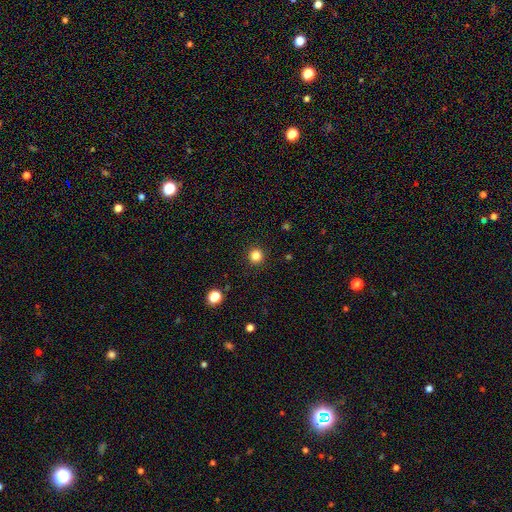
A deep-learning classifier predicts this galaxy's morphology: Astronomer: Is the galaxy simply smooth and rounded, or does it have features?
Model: smooth — 83%.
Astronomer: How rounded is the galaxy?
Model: round — 95%.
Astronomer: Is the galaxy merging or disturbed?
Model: none — 92%.